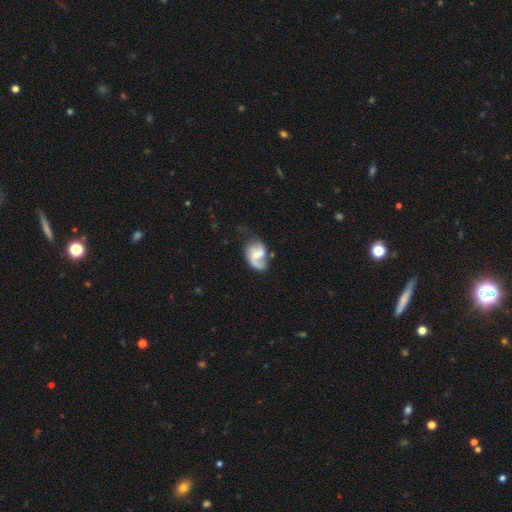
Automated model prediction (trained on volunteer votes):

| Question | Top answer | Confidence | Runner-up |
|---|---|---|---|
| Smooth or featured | featured or disk | 76% | smooth (18%) |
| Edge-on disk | no | 98% | yes (2%) |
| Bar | weak | 47% | no (40%) |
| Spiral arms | yes | 91% | no (9%) |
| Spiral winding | loose | 44% | medium (42%) |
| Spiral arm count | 2 | 75% | 1 (15%) |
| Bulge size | small | 42% | tied: moderate (42%) |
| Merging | none | 47% | minor disturbance (27%) |